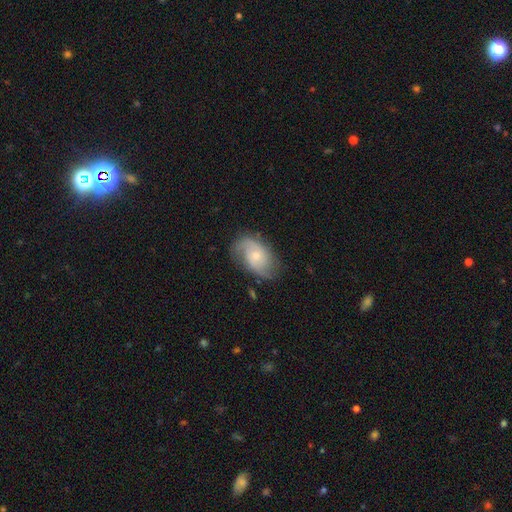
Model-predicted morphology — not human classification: smooth-or-featured: featured or disk: 73% | smooth: 21% | star or artifact: 6%
  disk-edge-on: no: 96% | yes: 4%
    bar: no: 71% | weak: 25% | strong: 4%
    has-spiral-arms: yes: 92% | no: 8%
      spiral-winding: medium: 44% | loose: 30% | tight: 26%
      spiral-arm-count: 2: 73% | can't tell: 12% | 3: 6% | 1: 5% | 4: 2% | more than 4: 2%
    bulge-size: small: 58% | moderate: 38% | large: 2% | none: 2% | dominant: 1%
  merging: none: 70% | minor disturbance: 20% | major disturbance: 8% | merger: 2%